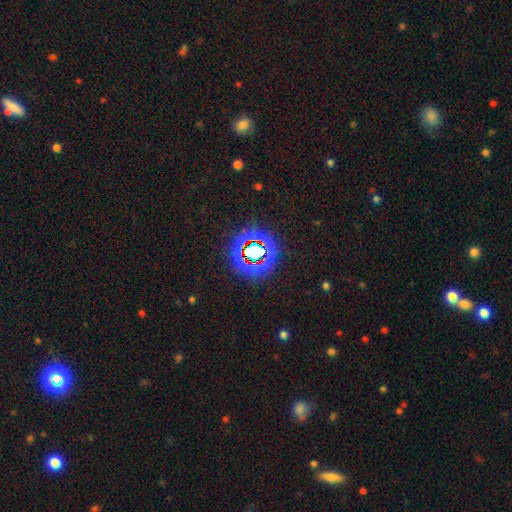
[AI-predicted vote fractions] Smooth or featured? star or artifact (80%)